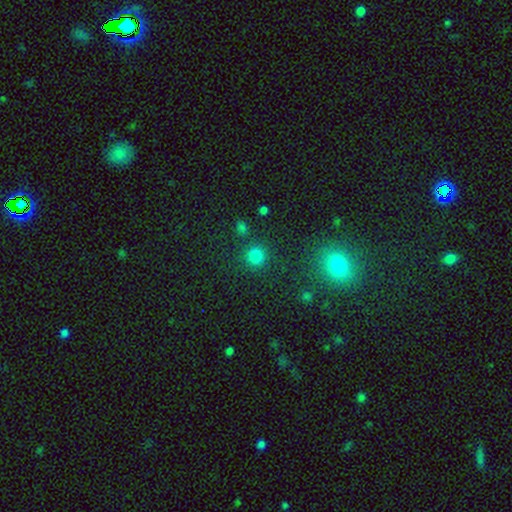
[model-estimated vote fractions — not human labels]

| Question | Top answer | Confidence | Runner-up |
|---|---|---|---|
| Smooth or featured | smooth | 79% | star or artifact (16%) |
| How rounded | round | 91% | in between (8%) |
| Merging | none | 82% | minor disturbance (8%) |